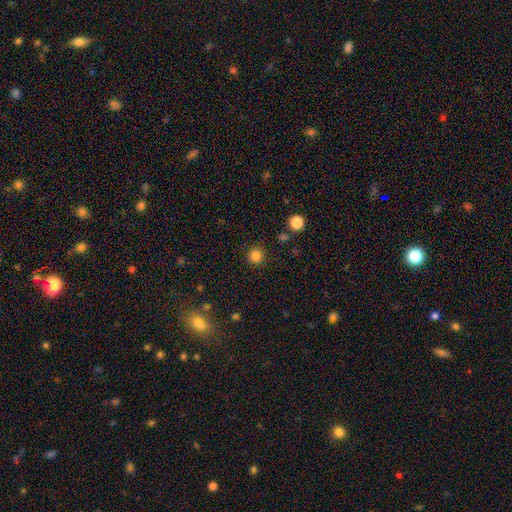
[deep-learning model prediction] Overall: smooth (84%). How rounded: round (92%). Merging: none (89%).